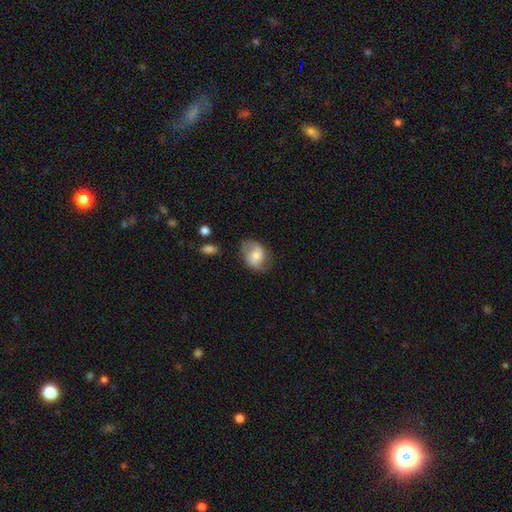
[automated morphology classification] A smooth galaxy with no disk features (55%) that is in between round and cigar-shaped (65%).

Vote fractions:
- Smooth or featured? smooth: 55% / featured or disk: 37% / star or artifact: 7%
- How rounded? in between: 65% / round: 34% / cigar-shaped: 1%
- Merging? none: 61% / minor disturbance: 26% / major disturbance: 11% / merger: 2%